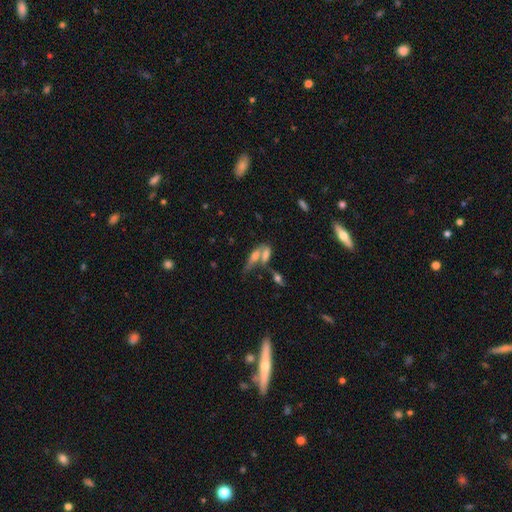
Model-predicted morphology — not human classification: smooth_or_featured: smooth (p=0.50) [alt: featured or disk p=0.38]
merging: merger (p=0.48) [alt: none p=0.32]